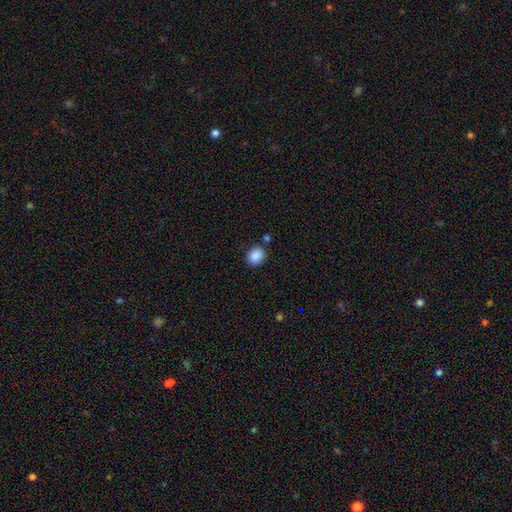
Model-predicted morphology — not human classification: type=smooth (88%); roundness=round (68%); merging=none (80%).